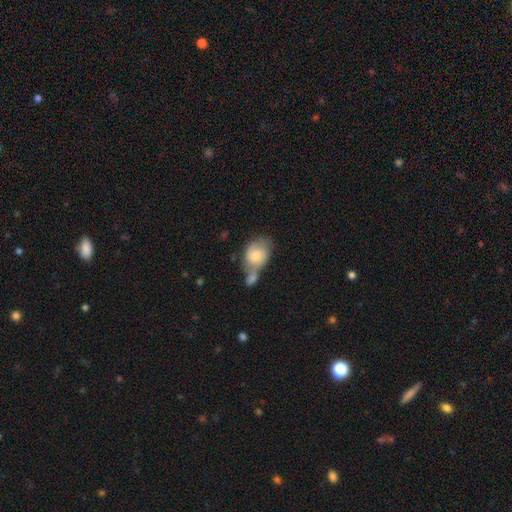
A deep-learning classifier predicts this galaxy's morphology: A smooth galaxy with no disk features (63%) that is in between round and cigar-shaped (65%). Merging: merger (52%).